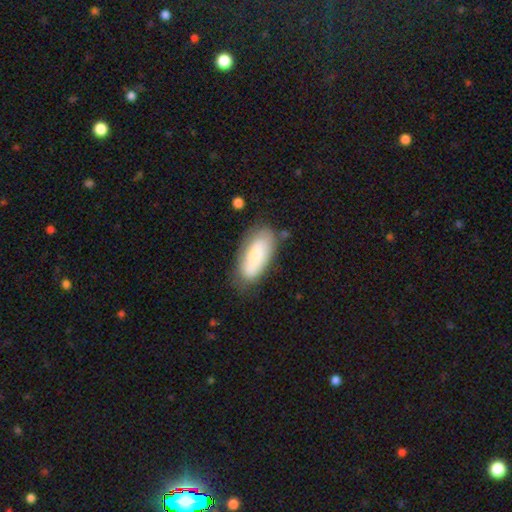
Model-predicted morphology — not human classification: Smooth or featured? Predicted: smooth (p=0.69). How rounded? Predicted: in between (p=0.87). Merging? Predicted: none (p=0.68).